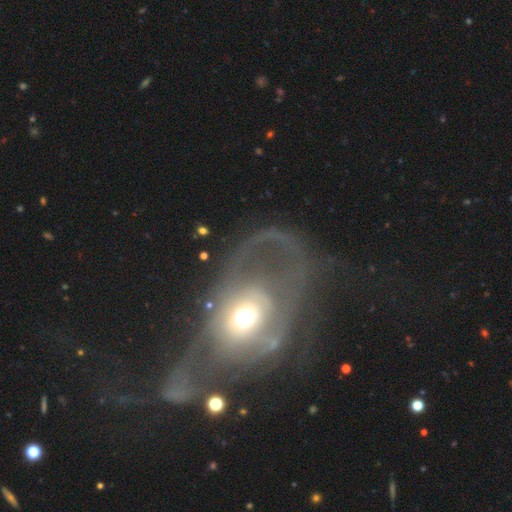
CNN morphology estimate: Q: Smooth or featured?
A: featured or disk (65%); runner-up: smooth (25%)
Q: Edge-on disk?
A: no (94%); runner-up: yes (6%)
Q: Bar?
A: no (80%); runner-up: weak (14%)
Q: Spiral arms?
A: no (55%); runner-up: yes (45%)
Q: Bulge size?
A: moderate (64%); runner-up: small (21%)
Q: Merging?
A: major disturbance (50%); runner-up: none (26%)